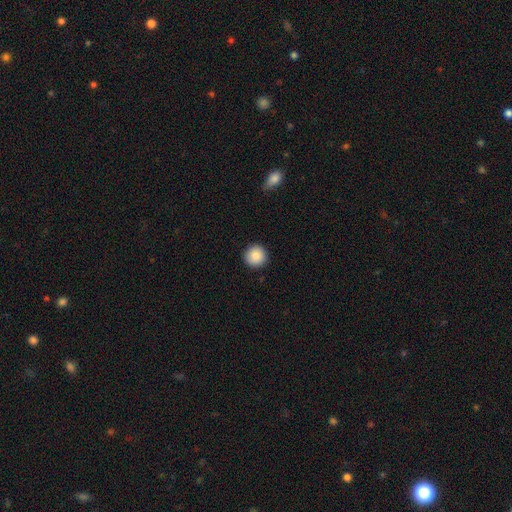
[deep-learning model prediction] Smooth or featured?
  - smooth: 85% *
  - star or artifact: 8%
  - featured or disk: 6%
How rounded?
  - round: 95% *
  - in between: 4%
  - cigar-shaped: 1%
Merging?
  - none: 92% *
  - minor disturbance: 6%
  - major disturbance: 2%
  - merger: 1%